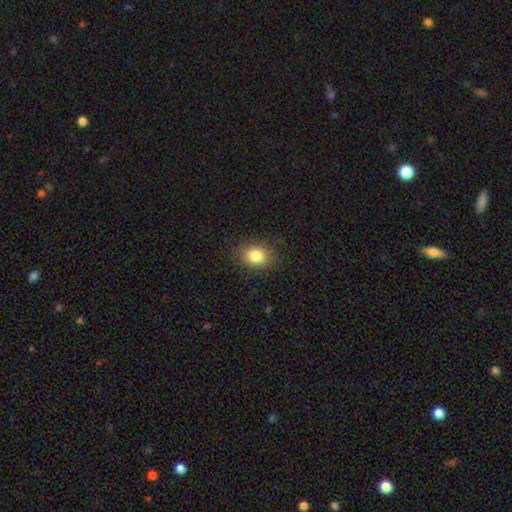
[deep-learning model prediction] Smooth or featured? Predicted: smooth (p=0.83). How rounded? Predicted: in between (p=0.54). Merging? Predicted: none (p=0.84).